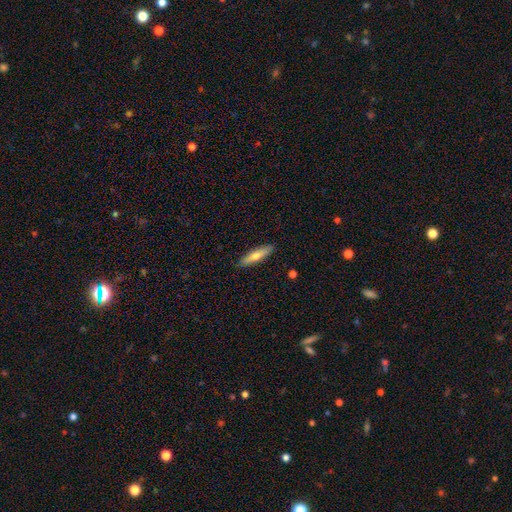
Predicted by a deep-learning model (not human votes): Q: Smooth or featured?
A: smooth (62%); runner-up: featured or disk (33%)
Q: How rounded?
A: cigar-shaped (81%); runner-up: in between (17%)
Q: Merging?
A: none (90%); runner-up: minor disturbance (7%)